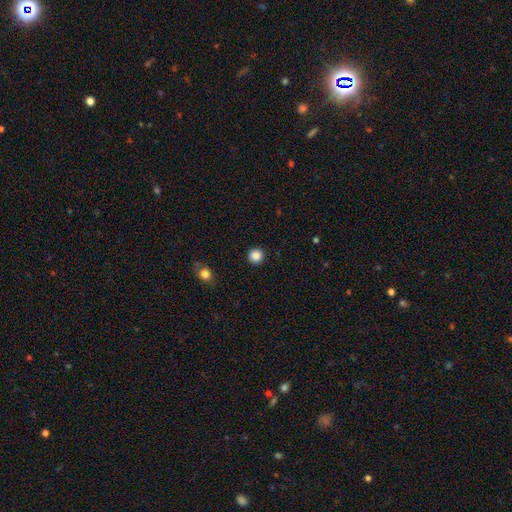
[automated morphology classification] A smooth galaxy with no disk features (87%) that is round (95%).

Vote fractions:
- Smooth or featured? smooth: 87% / star or artifact: 10% / featured or disk: 2%
- How rounded? round: 95% / in between: 4% / cigar-shaped: 1%
- Merging? none: 93% / minor disturbance: 4% / major disturbance: 2% / merger: 1%